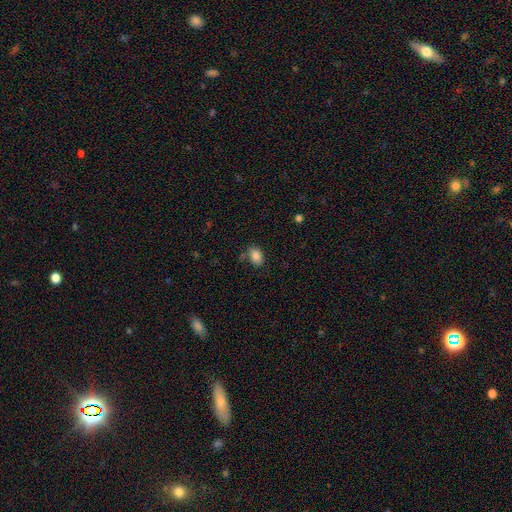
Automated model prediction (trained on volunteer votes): Morphology: type=smooth (85%); roundness=in between (84%); merging=none (74%).